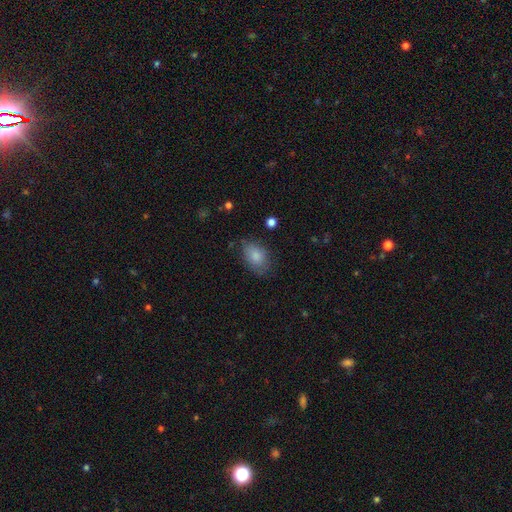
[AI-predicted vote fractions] Morphology: type=smooth (84%); roundness=in between (84%); merging=none (73%).